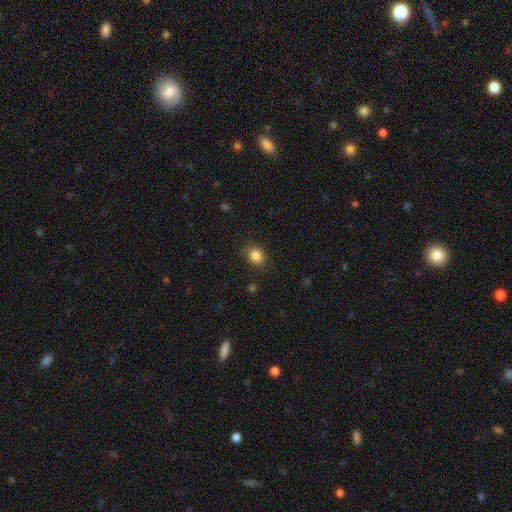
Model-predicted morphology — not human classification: The model was most divided on "how rounded": round: 75%, in between: 24%, cigar-shaped: 1%. More confident: smooth or featured — smooth (85%); merging — none (83%).